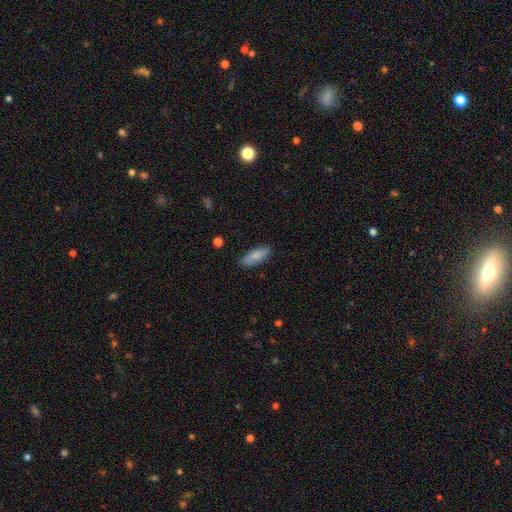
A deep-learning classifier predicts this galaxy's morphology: smooth-or-featured: smooth: 82% | featured or disk: 12% | star or artifact: 6%
  how-rounded: in between: 74% | cigar-shaped: 24% | round: 2%
  merging: none: 87% | minor disturbance: 10% | major disturbance: 2% | merger: 1%